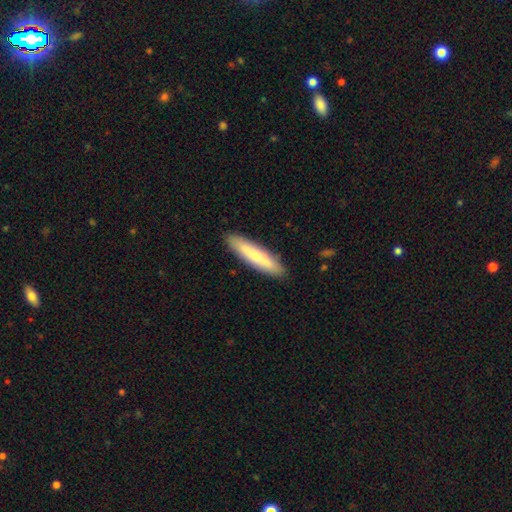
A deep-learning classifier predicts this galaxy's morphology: A smooth galaxy with no disk features (71%) that is cigar-shaped (86%).

Vote fractions:
- Smooth or featured? smooth: 71% / featured or disk: 23% / star or artifact: 5%
- How rounded? cigar-shaped: 86% / in between: 13% / round: 1%
- Merging? none: 90% / minor disturbance: 7% / major disturbance: 1% / merger: 1%